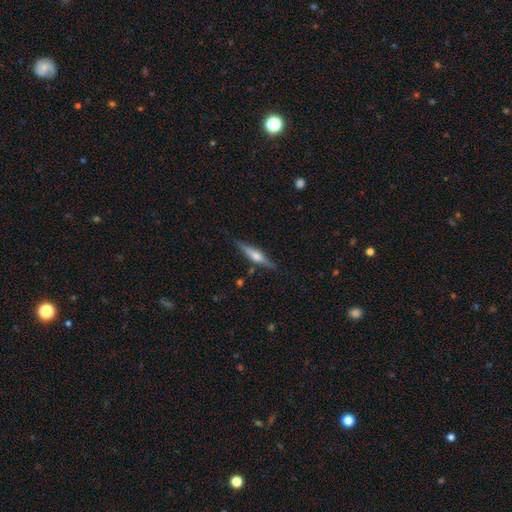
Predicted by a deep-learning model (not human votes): featured or disk 54%, smooth 39%, star or artifact 6%. Down the decision tree: edge-on disk — yes (95%); edge-on bulge — rounded (74%); merging — none (82%).